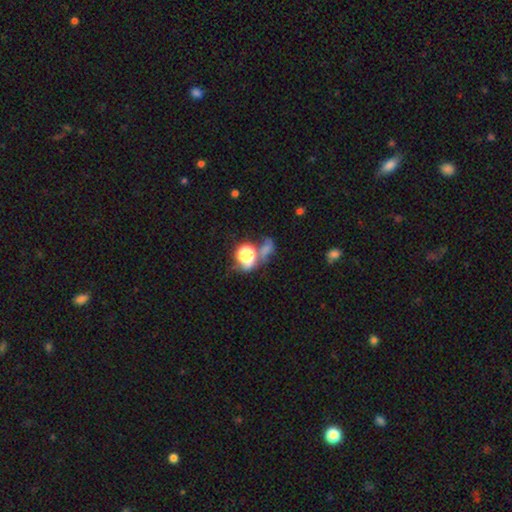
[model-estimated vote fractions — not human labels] Smooth or featured?
  - smooth: 48% *
  - star or artifact: 36%
  - featured or disk: 16%
Merging?
  - none: 54% *
  - merger: 25%
  - minor disturbance: 12%
  - major disturbance: 9%